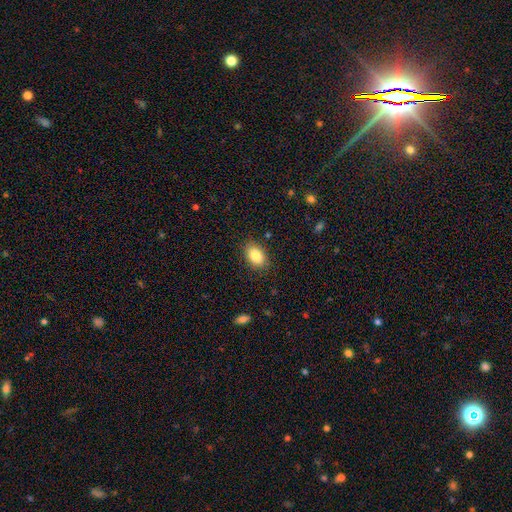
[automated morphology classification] smooth 86%, star or artifact 8%, featured or disk 6%. Down the decision tree: how rounded — in between (87%); merging — none (86%).